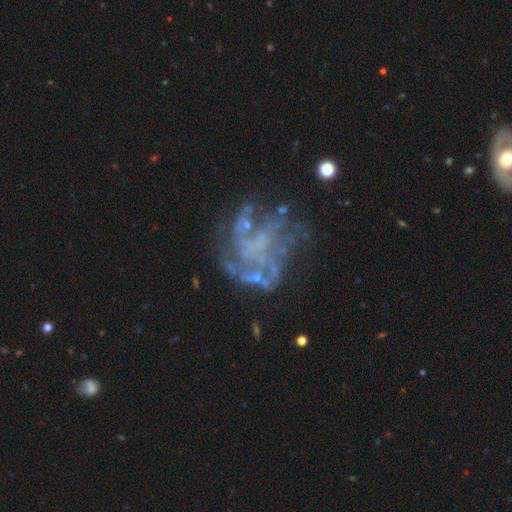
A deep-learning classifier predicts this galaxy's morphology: Q: Smooth or featured?
A: featured or disk (72%); runner-up: star or artifact (17%)
Q: Edge-on disk?
A: no (98%); runner-up: yes (2%)
Q: Bar?
A: no (79%); runner-up: weak (16%)
Q: Spiral arms?
A: no (53%); runner-up: yes (47%)
Q: Bulge size?
A: none (74%); runner-up: small (17%)
Q: Merging?
A: none (47%); runner-up: major disturbance (30%)